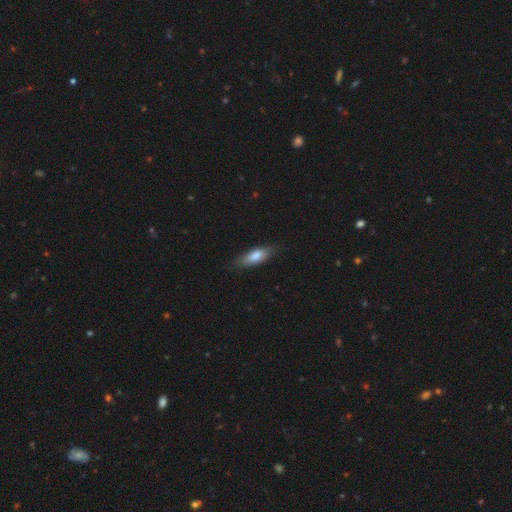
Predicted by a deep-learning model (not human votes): smooth 76%, featured or disk 17%, star or artifact 6%. Down the decision tree: how rounded — in between (57%); merging — none (81%).